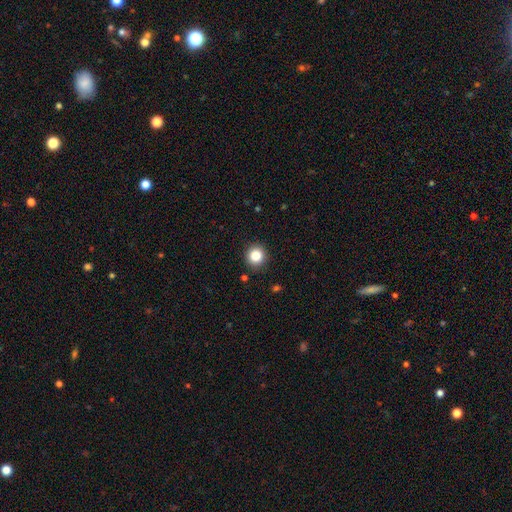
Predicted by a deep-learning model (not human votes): The model was most divided on "smooth or featured": smooth: 84%, star or artifact: 11%, featured or disk: 5%. More confident: how rounded — round (91%); merging — none (90%).